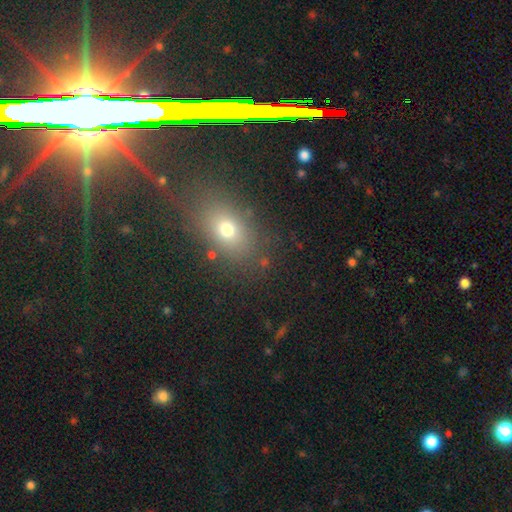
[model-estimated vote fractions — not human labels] A smooth galaxy with no disk features (47%). Merging: none (86%).